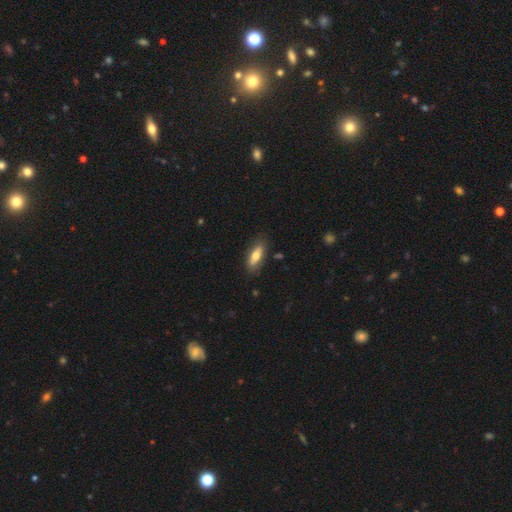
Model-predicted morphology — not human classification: smooth 68%, featured or disk 26%, star or artifact 6%. Down the decision tree: how rounded — in between (72%); merging — none (80%).